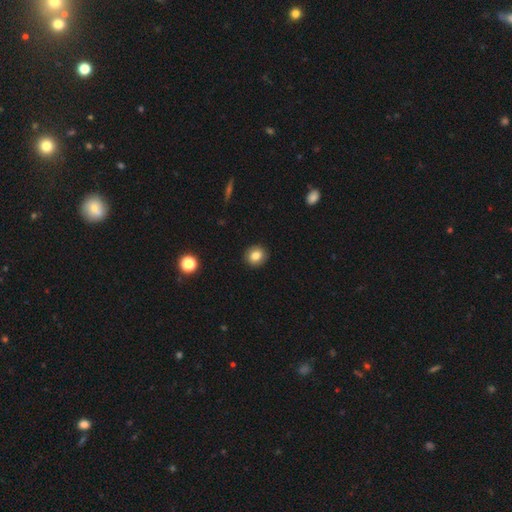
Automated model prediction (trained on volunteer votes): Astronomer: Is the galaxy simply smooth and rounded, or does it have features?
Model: smooth — 83%.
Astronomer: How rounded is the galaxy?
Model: round — 83%.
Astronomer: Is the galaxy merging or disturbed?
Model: none — 91%.